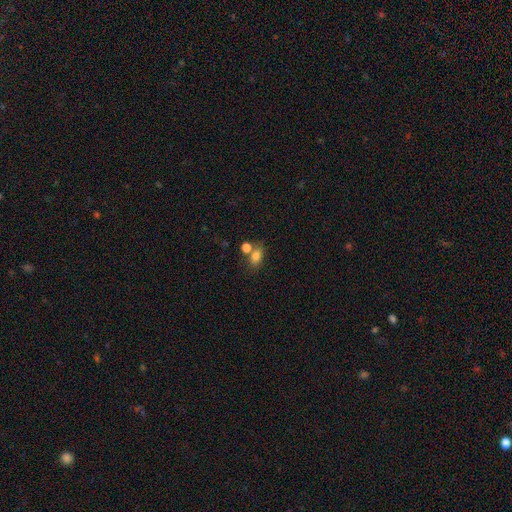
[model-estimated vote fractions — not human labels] Smooth or featured? smooth (79%)
How rounded? in between (76%)
Merging? none (54%)